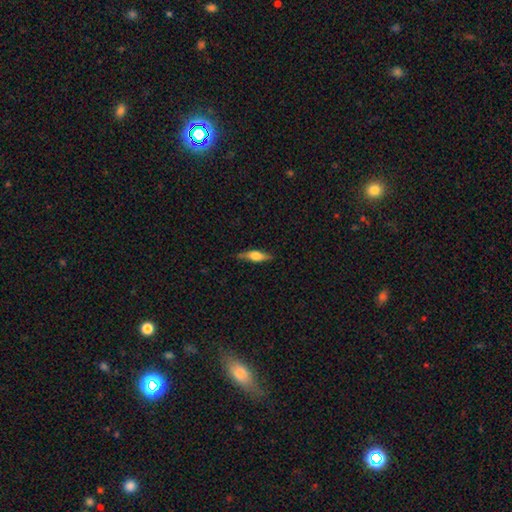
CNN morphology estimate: Q: Smooth or featured?
A: featured or disk (47%); runner-up: smooth (46%)
Q: Merging?
A: none (82%); runner-up: minor disturbance (14%)